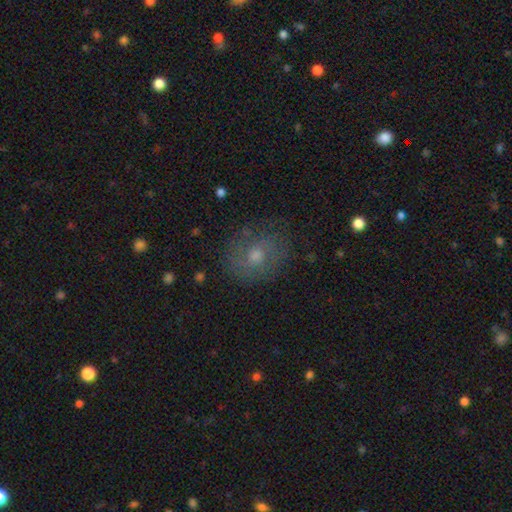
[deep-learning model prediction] A featured or disk galaxy (47%). Merging: none (75%).